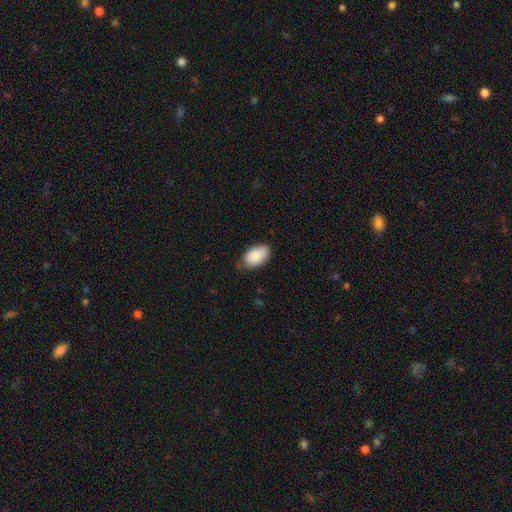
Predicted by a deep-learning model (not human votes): Smooth or featured? Predicted: smooth (p=0.87). How rounded? Predicted: in between (p=0.93). Merging? Predicted: none (p=0.71).